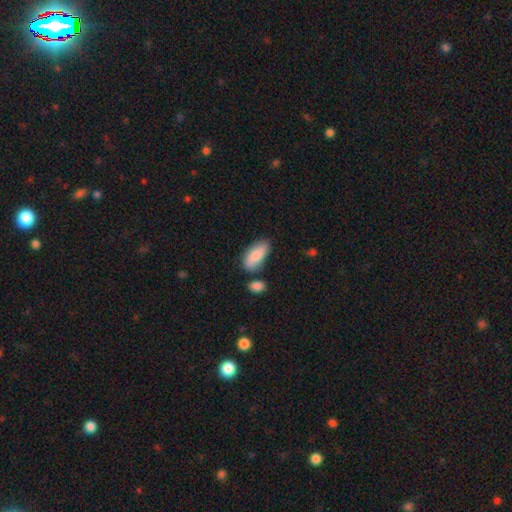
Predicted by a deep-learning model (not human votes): A smooth galaxy with no disk features (80%) that is in between round and cigar-shaped (87%). Merging: none (67%).